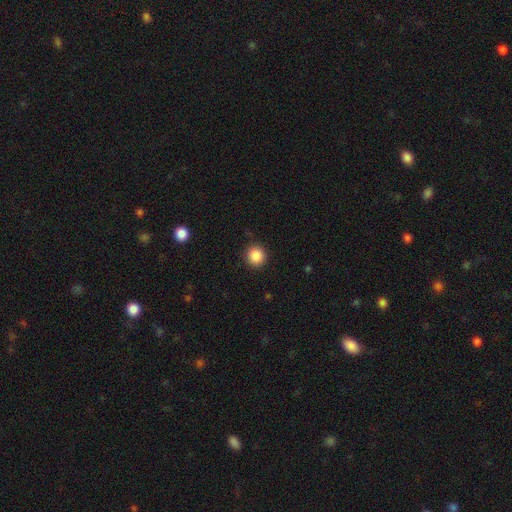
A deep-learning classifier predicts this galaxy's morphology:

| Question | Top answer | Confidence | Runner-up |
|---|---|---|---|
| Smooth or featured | smooth | 87% | star or artifact (10%) |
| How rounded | round | 93% | in between (6%) |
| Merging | none | 91% | minor disturbance (6%) |